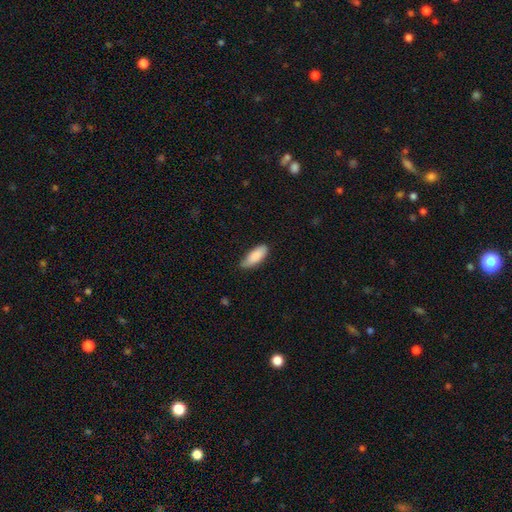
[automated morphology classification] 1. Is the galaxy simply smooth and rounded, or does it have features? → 87% smooth, 7% featured or disk, 6% star or artifact.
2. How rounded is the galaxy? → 76% in between, 22% cigar-shaped, 2% round.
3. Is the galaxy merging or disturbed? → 71% none, 24% minor disturbance, 3% major disturbance, 1% merger.